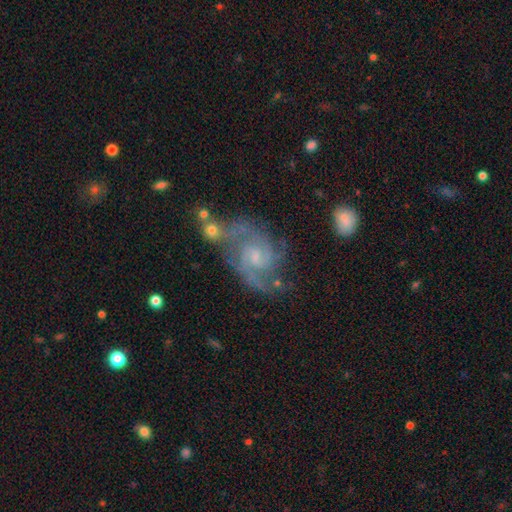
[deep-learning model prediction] The model was most divided on "bar": no: 48%, weak: 45%, strong: 7%. More confident: edge-on disk — no (98%); spiral arms — yes (97%); smooth or featured — featured or disk (87%); spiral arm count — 2 (68%); bulge size — small (59%); merging — none (54%); spiral winding — medium (53%).